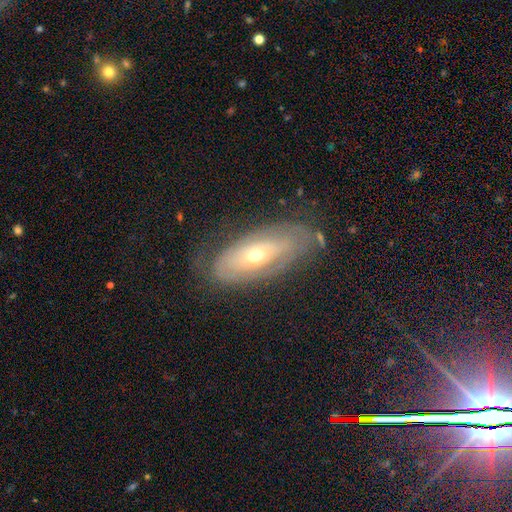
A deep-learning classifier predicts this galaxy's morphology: Smooth or featured?
  - featured or disk: 68% *
  - smooth: 24%
  - star or artifact: 8%
Edge-on disk?
  - no: 81% *
  - yes: 19%
Bar?
  - no: 80% *
  - weak: 14%
  - strong: 6%
Spiral arms?
  - yes: 56% *
  - no: 44%
Bulge size?
  - moderate: 49% *
  - small: 47%
  - large: 2%
  - dominant: 1%
  - none: 1%
Merging?
  - none: 73% *
  - minor disturbance: 18%
  - major disturbance: 7%
  - merger: 1%